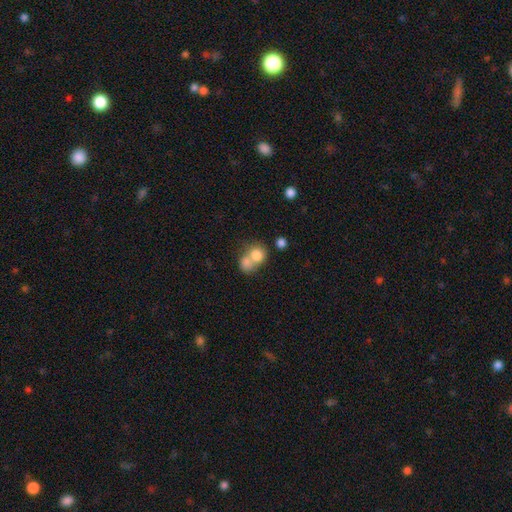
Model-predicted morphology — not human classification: Smooth or featured? Predicted: smooth (p=0.77). How rounded? Predicted: round (p=0.68). Merging? Predicted: merger (p=0.65).